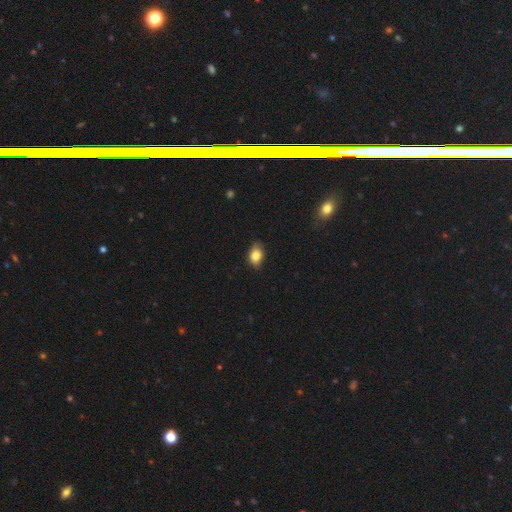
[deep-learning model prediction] Q: Smooth or featured?
A: smooth (81%); runner-up: featured or disk (10%)
Q: How rounded?
A: in between (77%); runner-up: round (22%)
Q: Merging?
A: none (74%); runner-up: minor disturbance (22%)